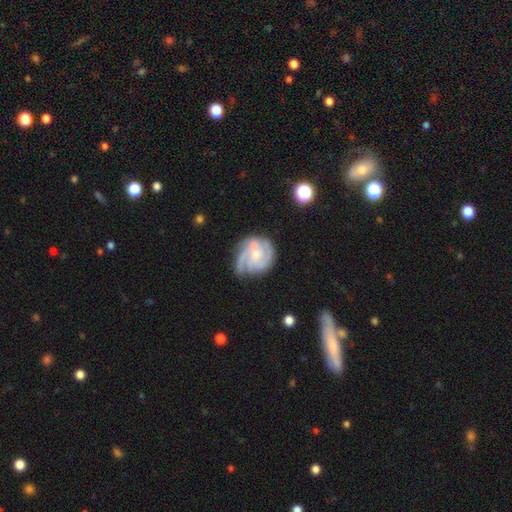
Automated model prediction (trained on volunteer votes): This is clearly a featured or disk galaxy (82%). It is clearly not viewed edge-on (98%). Bar: likely no (66%). Spiral arm pattern: clearly yes (95%). Spiral arm count: marginally 3 (38%). Spiral winding: possibly tight (56%). Central bulge: possibly small (56%). Merging: possibly none (58%).